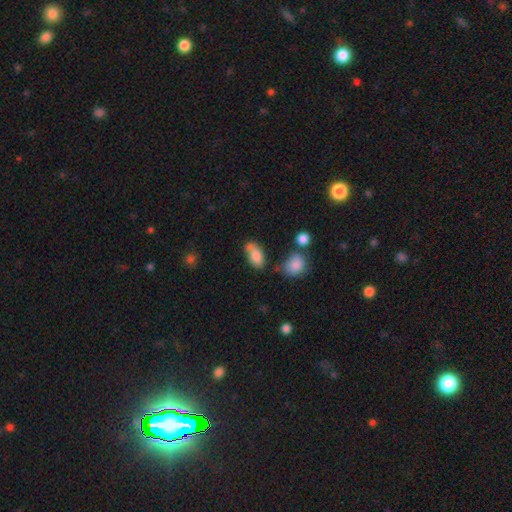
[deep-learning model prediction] Smooth or featured?
  - smooth: 79% *
  - featured or disk: 12%
  - star or artifact: 9%
How rounded?
  - in between: 88% *
  - round: 8%
  - cigar-shaped: 5%
Merging?
  - none: 46% *
  - merger: 23%
  - minor disturbance: 22%
  - major disturbance: 8%